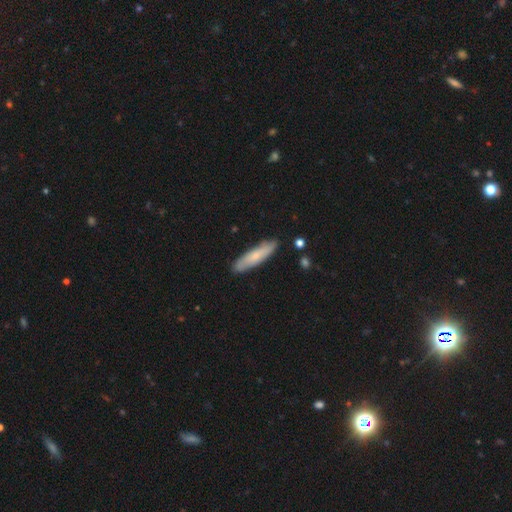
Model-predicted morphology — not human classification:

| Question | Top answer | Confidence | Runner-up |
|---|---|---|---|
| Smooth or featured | smooth | 69% | featured or disk (25%) |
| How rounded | cigar-shaped | 78% | in between (20%) |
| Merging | none | 87% | minor disturbance (10%) |